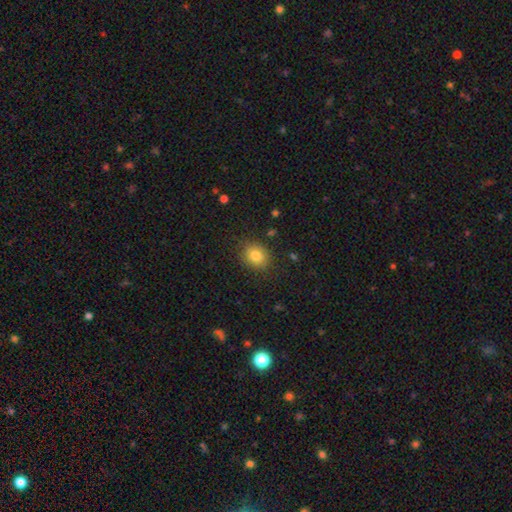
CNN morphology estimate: The model was most divided on "how rounded": round: 60%, in between: 39%, cigar-shaped: 1%. More confident: merging — none (85%); smooth or featured — smooth (82%).